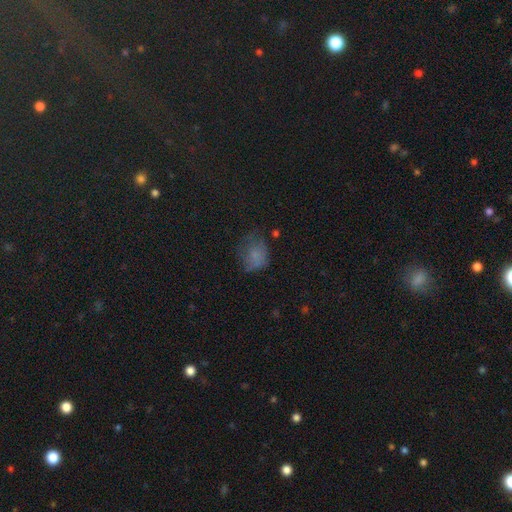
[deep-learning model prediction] Overall: smooth (66%). How rounded: round (55%; in between 44%). Merging: none (43%; minor disturbance 29%).